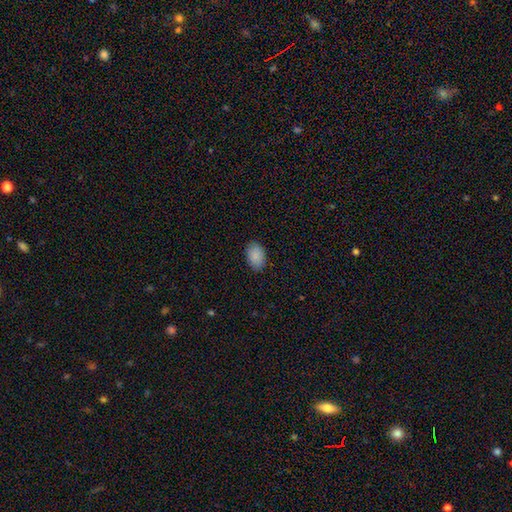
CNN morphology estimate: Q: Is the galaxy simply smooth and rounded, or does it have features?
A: smooth — 89%.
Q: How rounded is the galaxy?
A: in between — 89%.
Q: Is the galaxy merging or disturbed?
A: none — 87%.